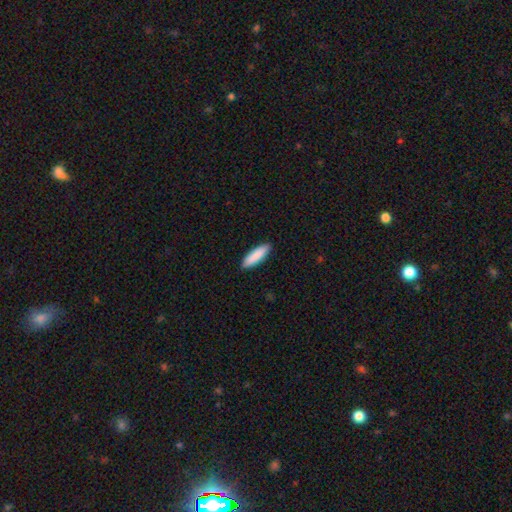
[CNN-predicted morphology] Overall: smooth (89%). How rounded: cigar-shaped (62%; in between 37%). Merging: none (90%).